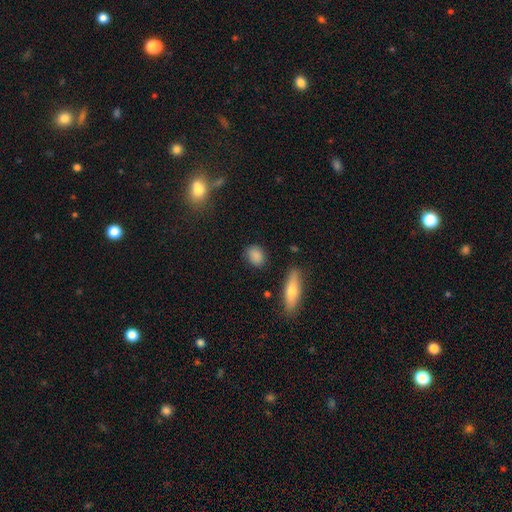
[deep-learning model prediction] Smooth or featured: smooth — 84% (star or artifact — 9%)
How rounded: in between — 53% (round — 44%)
Merging: none — 81% (minor disturbance — 13%)